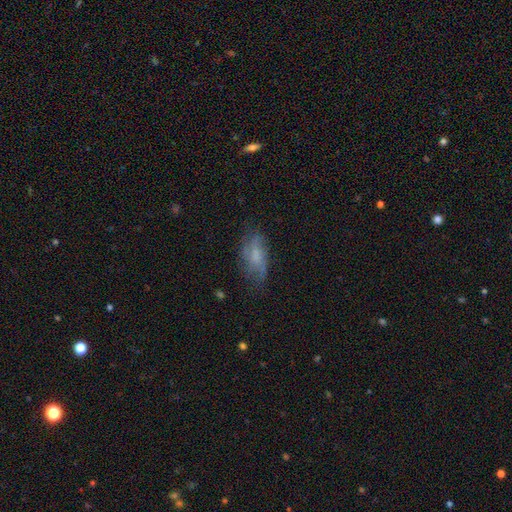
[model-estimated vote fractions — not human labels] Smooth or featured?
  - smooth: 47% *
  - featured or disk: 43%
  - star or artifact: 10%
Merging?
  - none: 54% *
  - minor disturbance: 27%
  - major disturbance: 17%
  - merger: 2%